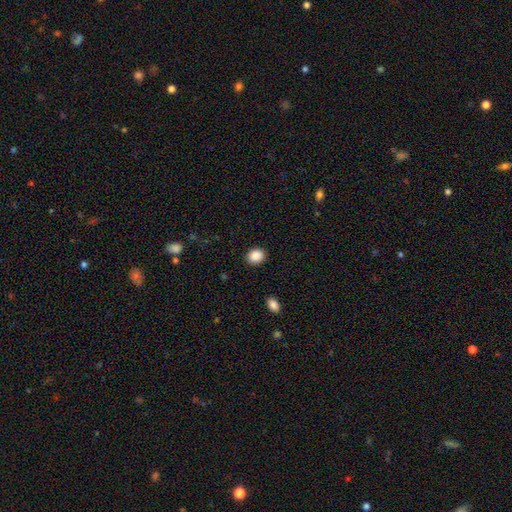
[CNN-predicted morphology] smooth 89%, star or artifact 8%, featured or disk 3%. Down the decision tree: how rounded — round (60%); merging — none (90%).